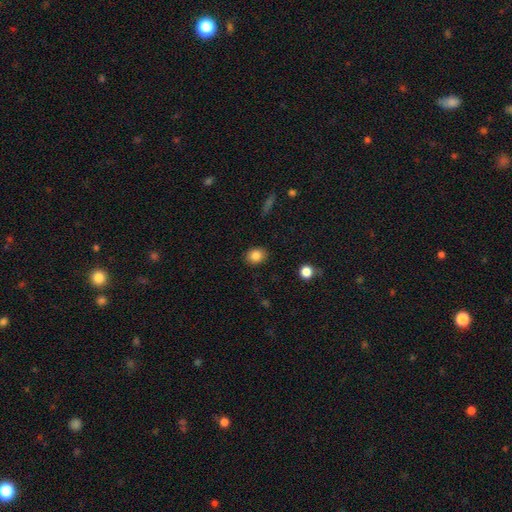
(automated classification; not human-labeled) A smooth galaxy with no disk features (84%) that is round (53%). Merging: none (89%).